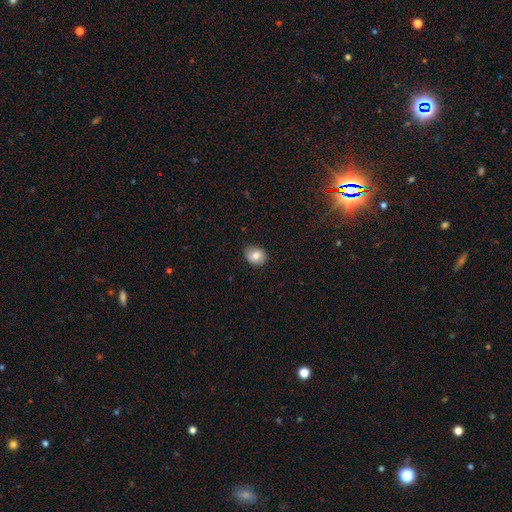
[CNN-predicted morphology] Smooth or featured? Predicted: smooth (p=0.80). How rounded? Predicted: round (p=0.60). Merging? Predicted: none (p=0.86).